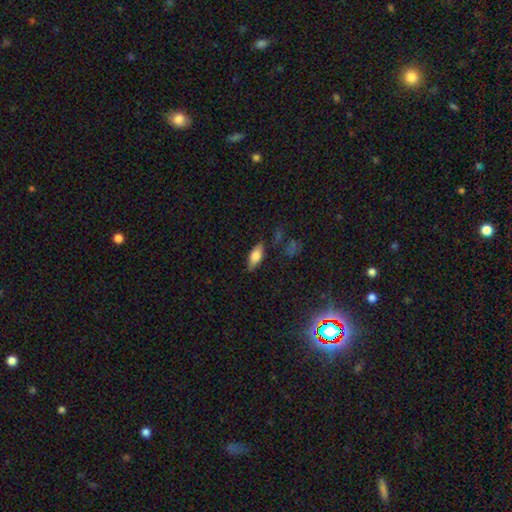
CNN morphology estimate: This appears to be a smooth galaxy with no disk features (74%) that is in between round and cigar-shaped (81%). Merging: none (80%).